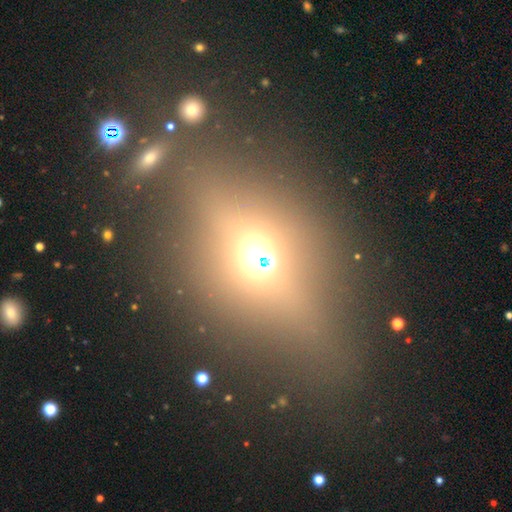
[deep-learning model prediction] Smooth or featured? Predicted: smooth (p=0.49). Merging? Predicted: none (p=0.75).